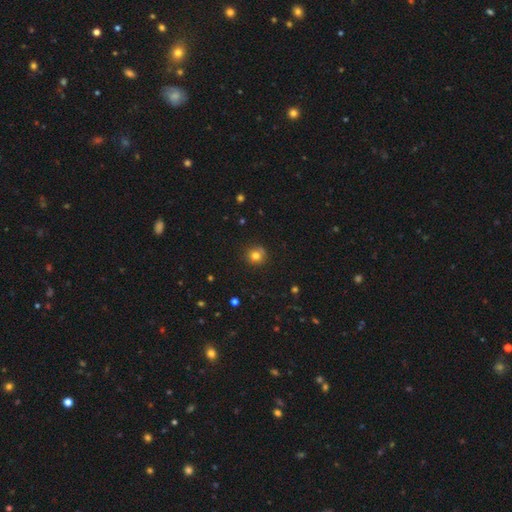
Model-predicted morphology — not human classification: smooth_or_featured: smooth (p=0.79) [alt: star or artifact p=0.13]
how_rounded: round (p=0.91) [alt: in between p=0.08]
merging: none (p=0.81) [alt: minor disturbance p=0.14]